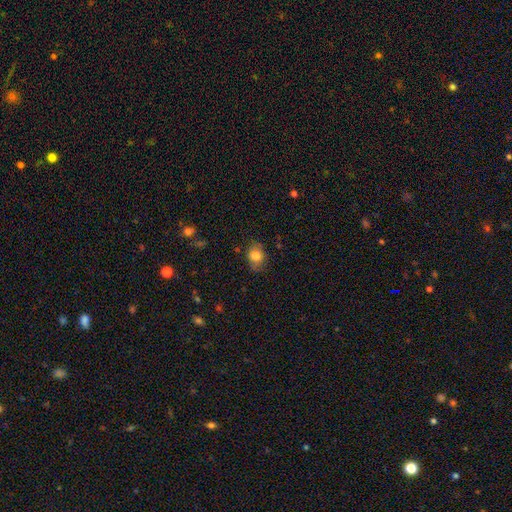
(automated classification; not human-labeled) A smooth galaxy with no disk features (79%) that is in between round and cigar-shaped (55%). Merging: none (72%).